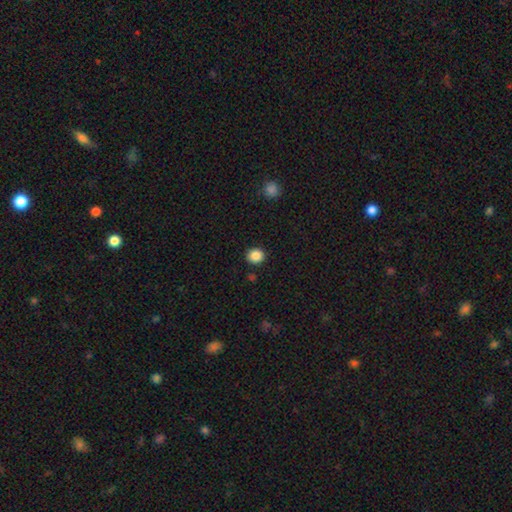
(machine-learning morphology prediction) Smooth or featured?
  - smooth: 86% *
  - star or artifact: 10%
  - featured or disk: 4%
How rounded?
  - round: 81% *
  - in between: 18%
  - cigar-shaped: 1%
Merging?
  - none: 91% *
  - minor disturbance: 6%
  - major disturbance: 2%
  - merger: 2%